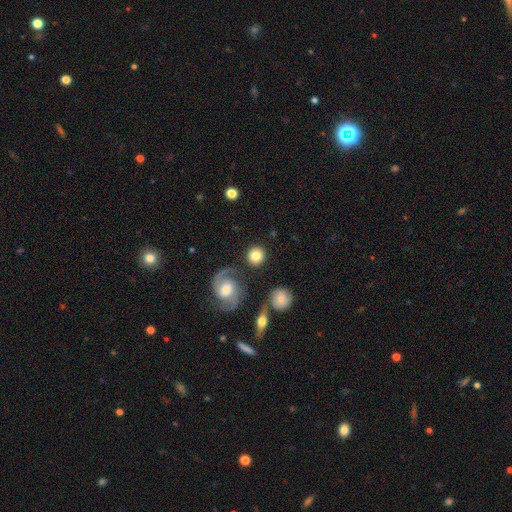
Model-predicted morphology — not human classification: Smooth or featured? Predicted: smooth (p=0.79). How rounded? Predicted: round (p=0.91). Merging? Predicted: none (p=0.83).